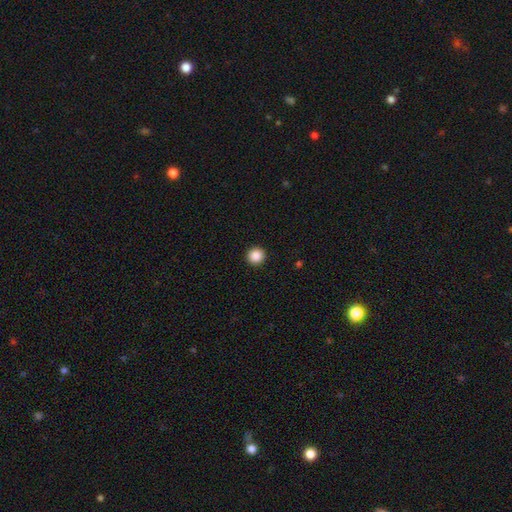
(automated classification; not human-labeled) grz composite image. It shows a smooth galaxy with no disk features (88%) that is round (95%). Merging: none (93%).